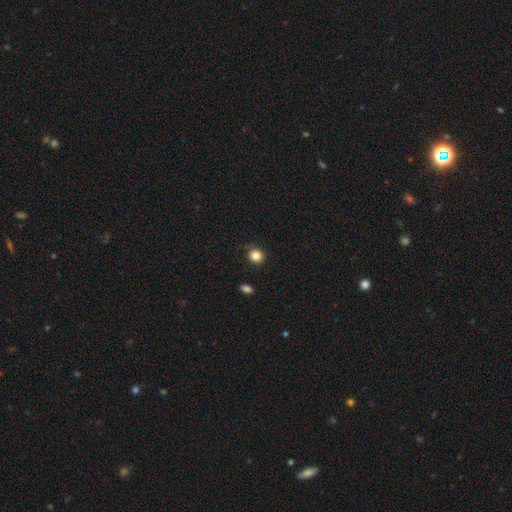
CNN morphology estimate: Smooth or featured? smooth (84%)
How rounded? round (85%)
Merging? none (81%)